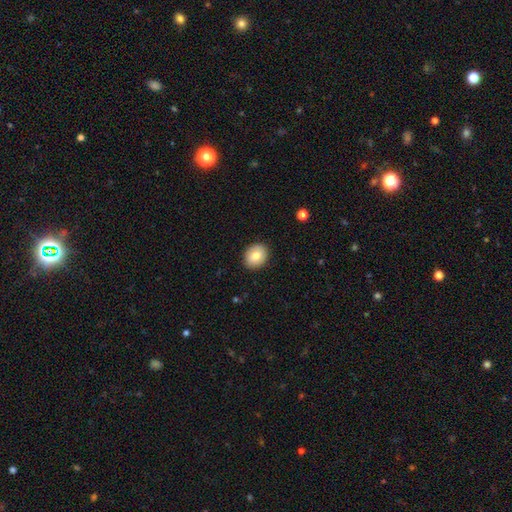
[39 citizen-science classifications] Smooth or featured? 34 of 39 (87%) said smooth. How rounded? 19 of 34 (56%) said round. Merging? 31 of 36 (86%) said none.